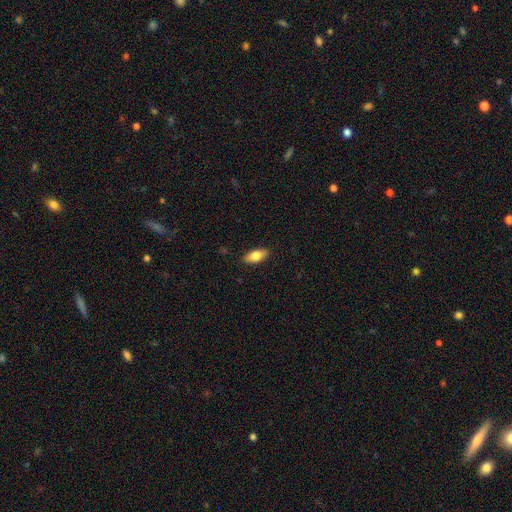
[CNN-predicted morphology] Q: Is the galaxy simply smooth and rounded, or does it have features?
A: smooth — 76%.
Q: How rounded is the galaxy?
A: in between — 83%.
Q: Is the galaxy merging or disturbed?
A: none — 88%.